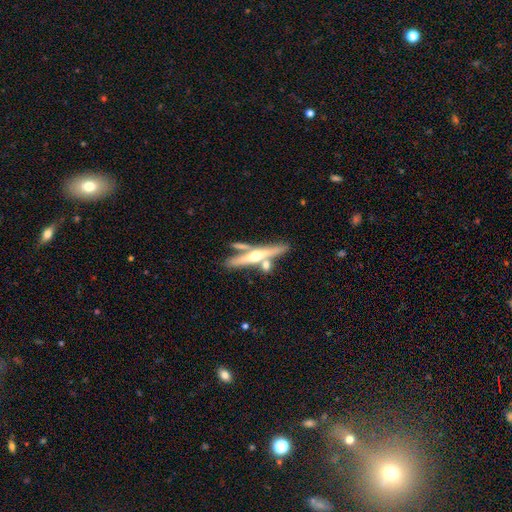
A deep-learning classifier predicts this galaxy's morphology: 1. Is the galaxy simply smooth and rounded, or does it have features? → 73% featured or disk, 21% smooth, 6% star or artifact.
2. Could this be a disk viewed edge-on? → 94% yes, 6% no.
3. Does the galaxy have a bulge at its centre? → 92% rounded, 5% none, 2% boxy.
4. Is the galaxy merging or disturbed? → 63% none, 22% merger, 11% minor disturbance, 4% major disturbance.